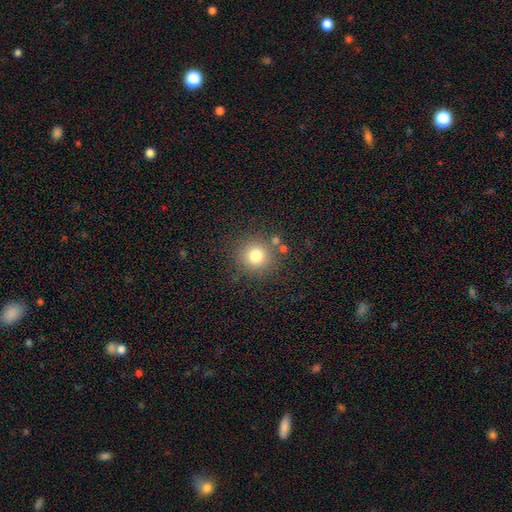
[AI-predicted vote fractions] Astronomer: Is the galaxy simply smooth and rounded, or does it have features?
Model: smooth — 78%.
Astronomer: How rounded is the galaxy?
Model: round — 93%.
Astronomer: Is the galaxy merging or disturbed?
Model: none — 83%.